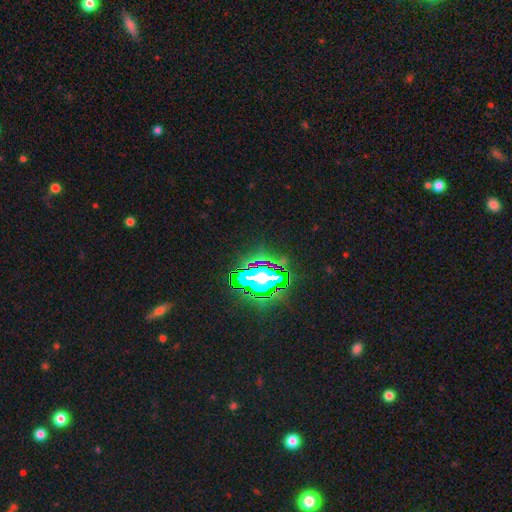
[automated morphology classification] Smooth or featured?
  - star or artifact: 83% *
  - smooth: 10%
  - featured or disk: 6%